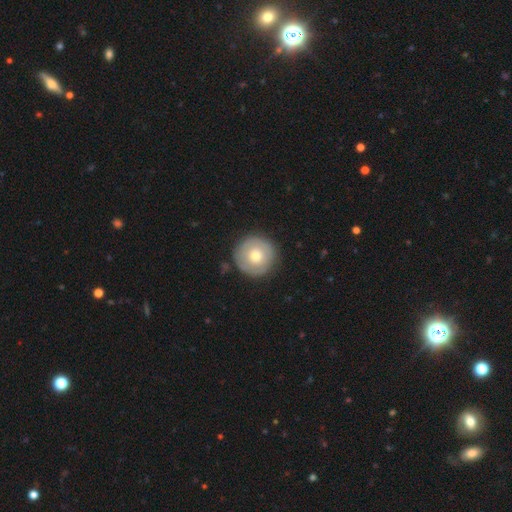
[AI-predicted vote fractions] smooth-or-featured: smooth: 59% | featured or disk: 34% | star or artifact: 7%
  how-rounded: round: 96% | in between: 3% | cigar-shaped: 1%
  merging: none: 87% | minor disturbance: 9% | major disturbance: 3% | merger: 1%